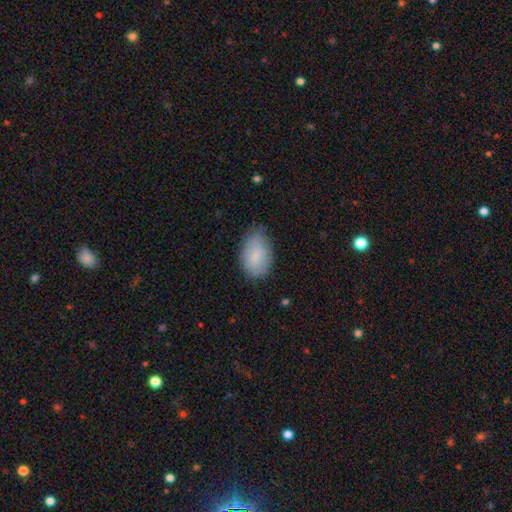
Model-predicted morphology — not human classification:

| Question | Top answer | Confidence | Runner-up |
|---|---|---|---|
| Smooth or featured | smooth | 83% | featured or disk (11%) |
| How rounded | in between | 91% | round (8%) |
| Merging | none | 64% | minor disturbance (29%) |